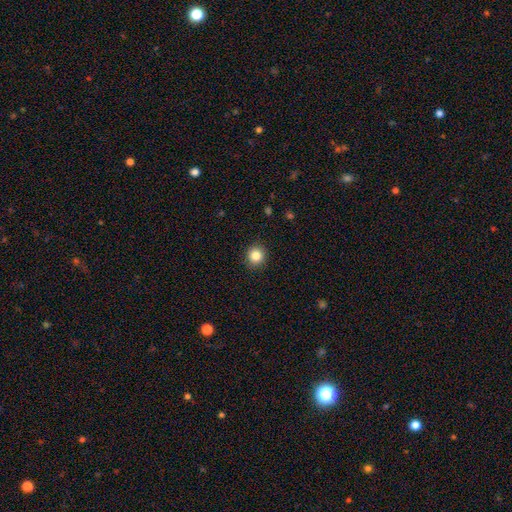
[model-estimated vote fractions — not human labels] Q: Smooth or featured?
A: smooth (84%); runner-up: star or artifact (10%)
Q: How rounded?
A: round (91%); runner-up: in between (8%)
Q: Merging?
A: none (91%); runner-up: minor disturbance (6%)